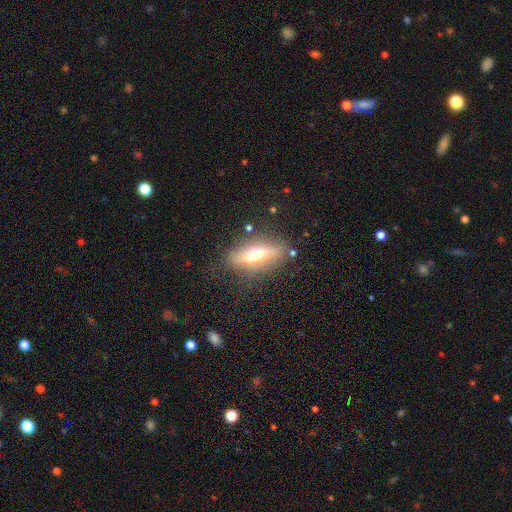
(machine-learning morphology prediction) A smooth galaxy with no disk features (51%) that is in between round and cigar-shaped (63%). Merging: none (76%).